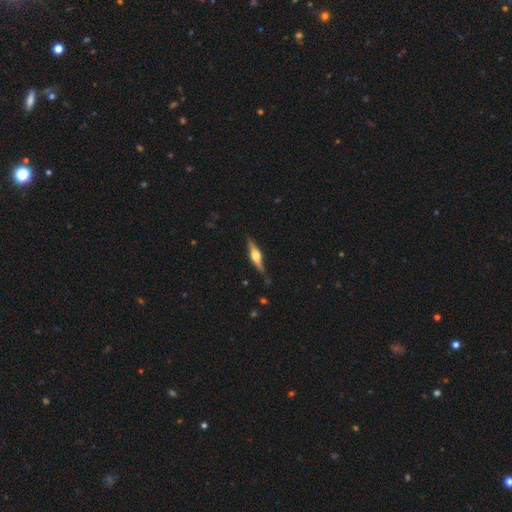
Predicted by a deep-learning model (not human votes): This is likely a featured or disk galaxy (76%). It is clearly viewed edge-on (97%). Edge-on bulge: clearly rounded (93%). Merging: clearly none (84%).